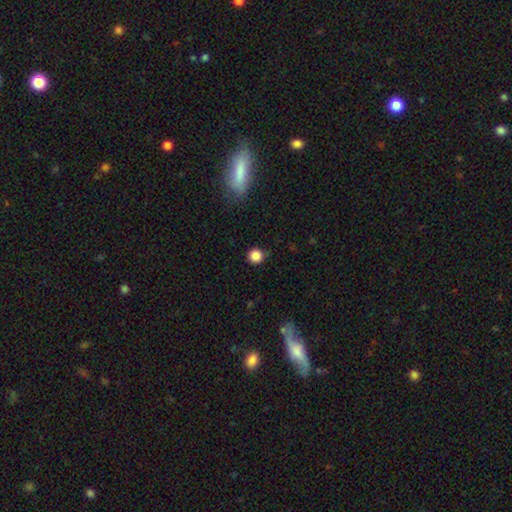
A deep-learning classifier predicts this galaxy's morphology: Smooth or featured?
  - smooth: 86% *
  - star or artifact: 11%
  - featured or disk: 3%
How rounded?
  - round: 94% *
  - in between: 5%
  - cigar-shaped: 1%
Merging?
  - none: 86% *
  - minor disturbance: 10%
  - major disturbance: 3%
  - merger: 1%